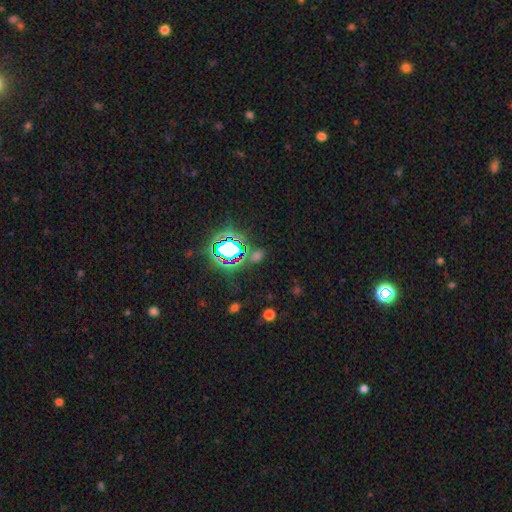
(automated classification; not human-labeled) Smooth or featured?
  - star or artifact: 62% *
  - smooth: 29%
  - featured or disk: 9%